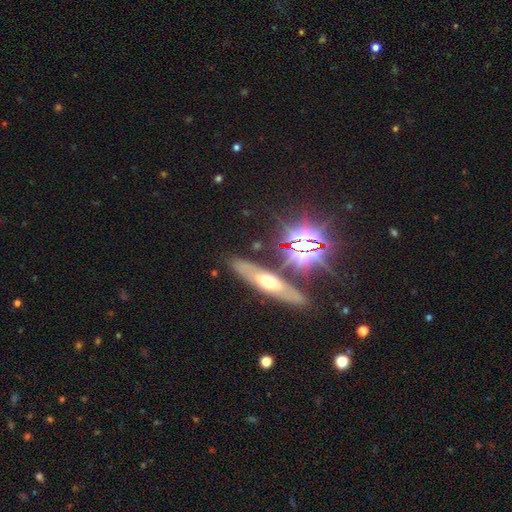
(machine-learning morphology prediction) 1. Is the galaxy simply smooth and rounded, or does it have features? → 56% featured or disk, 25% star or artifact, 19% smooth.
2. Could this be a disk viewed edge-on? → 83% yes, 17% no.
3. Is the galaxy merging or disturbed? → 79% none, 10% minor disturbance, 7% merger, 4% major disturbance.